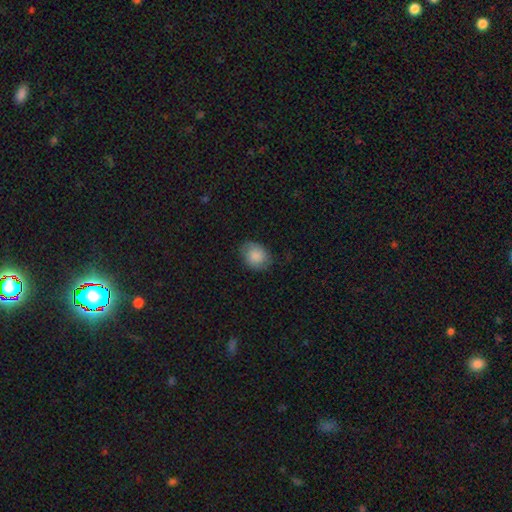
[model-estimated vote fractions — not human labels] smooth 80%, featured or disk 13%, star or artifact 7%. Down the decision tree: how rounded — in between (55%); merging — none (70%).